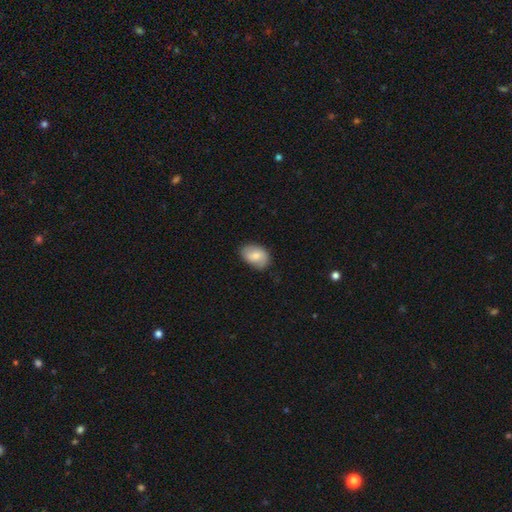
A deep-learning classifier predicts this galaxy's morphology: Overall: smooth (70%). How rounded: in between (82%). Merging: none (75%).